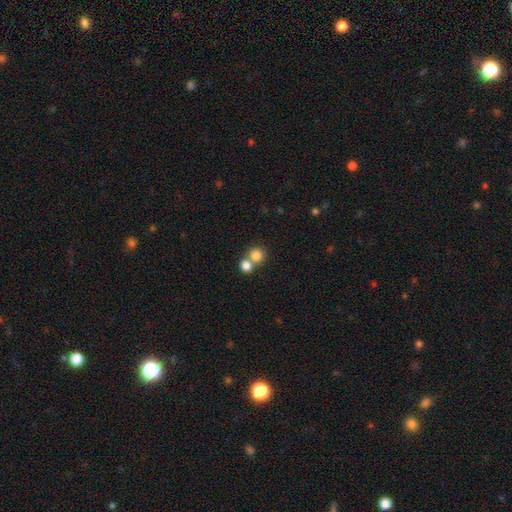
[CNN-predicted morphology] Overall: smooth (82%). How rounded: round (86%). Merging: none (47%; merger 45%).